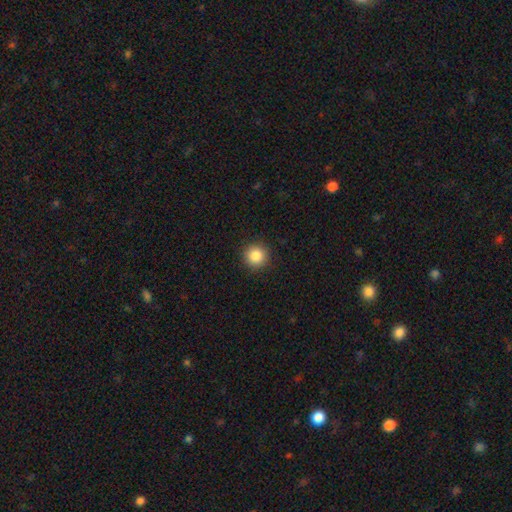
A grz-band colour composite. It shows a smooth galaxy with no disk features (92%) that is round (100%). Merging: none (97%).